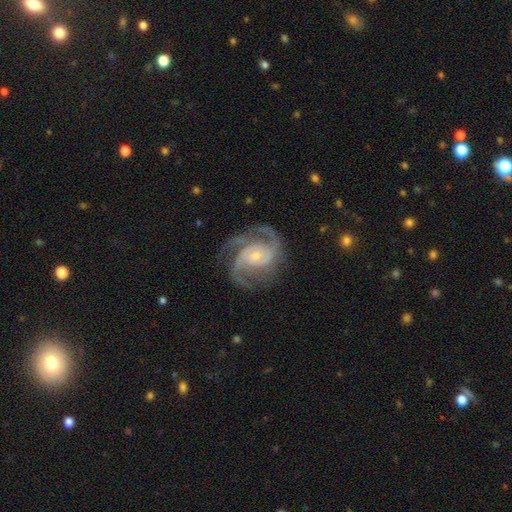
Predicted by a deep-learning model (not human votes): Smooth or featured?
  - featured or disk: 91% *
  - star or artifact: 5%
  - smooth: 4%
Edge-on disk?
  - no: 98% *
  - yes: 2%
Bar?
  - no: 63% *
  - weak: 27%
  - strong: 10%
Spiral arms?
  - yes: 98% *
  - no: 2%
Spiral winding?
  - medium: 52% *
  - tight: 39%
  - loose: 10%
Spiral arm count?
  - 2: 54% *
  - 3: 28%
  - can't tell: 6%
  - 4: 5%
  - 1: 4%
  - more than 4: 3%
Bulge size?
  - small: 70% *
  - moderate: 25%
  - large: 2%
  - none: 2%
  - dominant: 1%
Merging?
  - none: 73% *
  - minor disturbance: 16%
  - major disturbance: 9%
  - merger: 1%